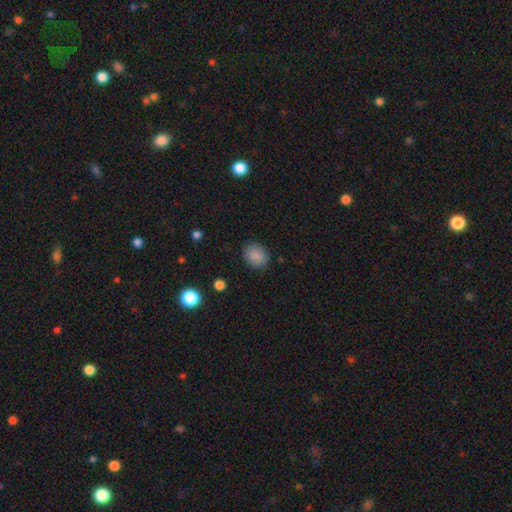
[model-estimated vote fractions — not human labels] Q: Smooth or featured?
A: smooth (87%); runner-up: star or artifact (9%)
Q: How rounded?
A: round (56%); runner-up: in between (43%)
Q: Merging?
A: none (87%); runner-up: minor disturbance (9%)